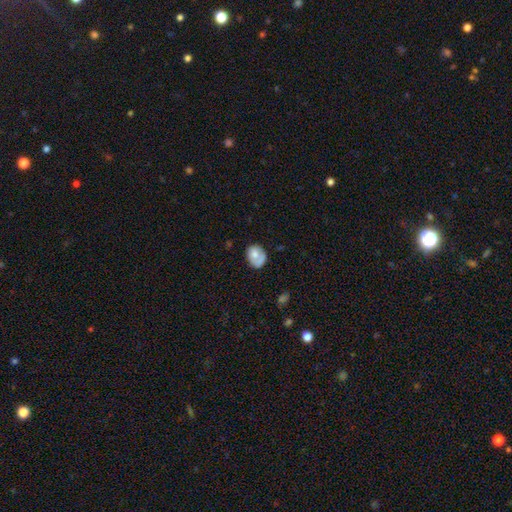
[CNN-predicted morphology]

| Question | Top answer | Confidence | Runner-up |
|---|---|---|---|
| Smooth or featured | smooth | 67% | featured or disk (25%) |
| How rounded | in between | 52% | round (47%) |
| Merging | none | 54% | minor disturbance (29%) |